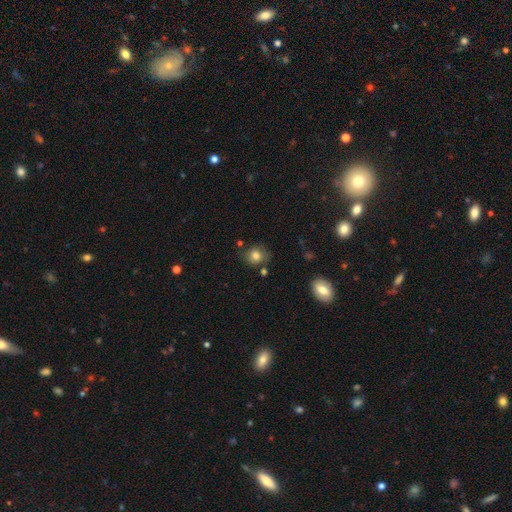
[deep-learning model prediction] smooth_or_featured: smooth (p=0.79) [alt: star or artifact p=0.11]
how_rounded: round (p=0.77) [alt: in between p=0.22]
merging: none (p=0.75) [alt: minor disturbance p=0.16]